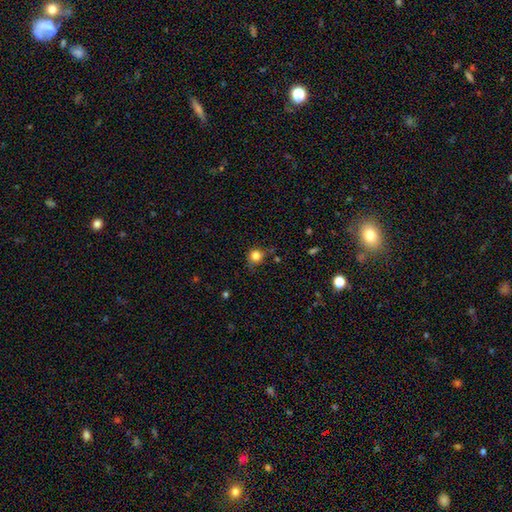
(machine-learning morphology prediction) A smooth galaxy with no disk features (82%) that is round (87%). Merging: none (73%).